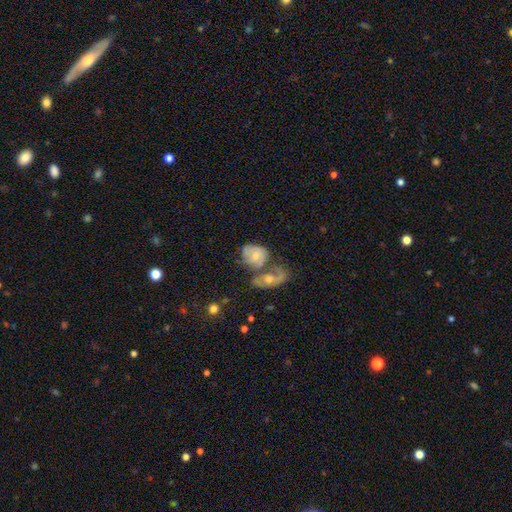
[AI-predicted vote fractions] A smooth galaxy with no disk features (50%). Merging: merger (52%).